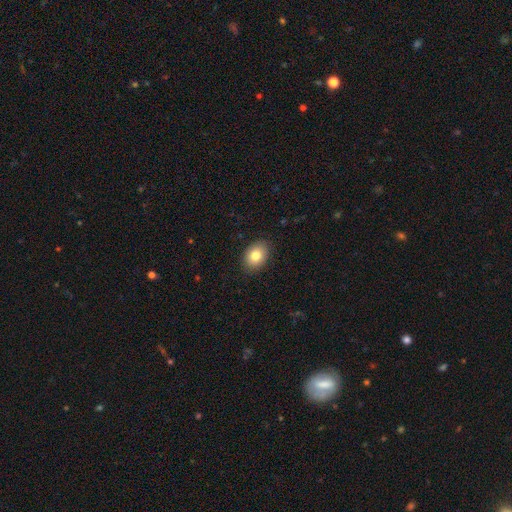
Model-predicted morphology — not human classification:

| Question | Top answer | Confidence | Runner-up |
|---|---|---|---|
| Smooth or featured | smooth | 82% | featured or disk (10%) |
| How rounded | in between | 73% | round (26%) |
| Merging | none | 87% | minor disturbance (9%) |